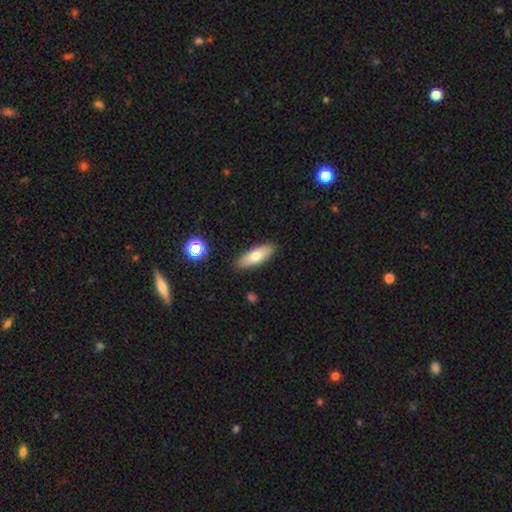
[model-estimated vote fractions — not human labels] Overall: smooth (68%). How rounded: in between (66%; cigar-shaped 32%). Merging: none (89%).